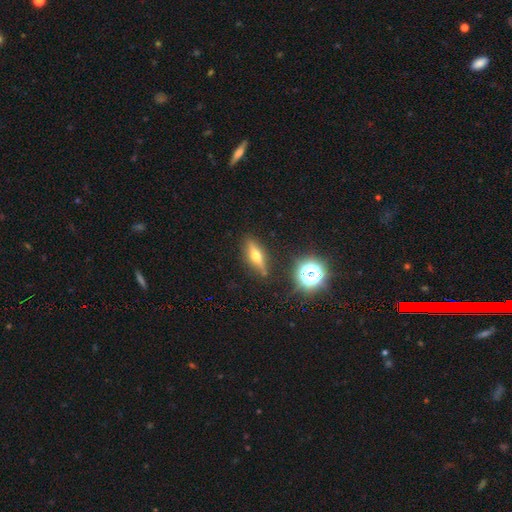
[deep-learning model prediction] smooth_or_featured: featured or disk (p=0.48) [alt: smooth p=0.39]
merging: none (p=0.83) [alt: minor disturbance p=0.11]